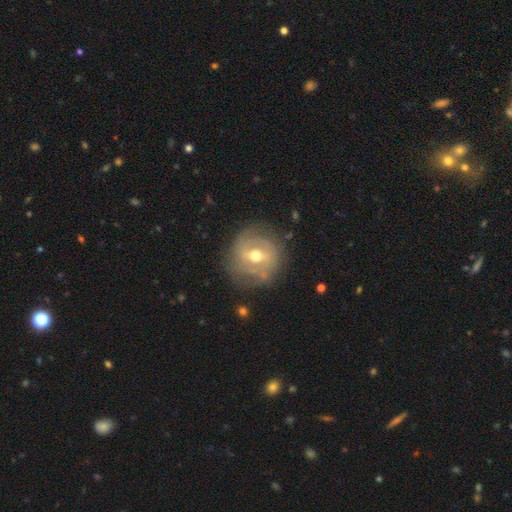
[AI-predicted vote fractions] Smooth or featured: featured or disk — 74% (smooth — 19%)
Edge-on disk: no — 95% (yes — 5%)
Bar: weak — 45% (strong — 37%)
Spiral arms: yes — 73% (no — 27%)
Spiral winding: tight — 49% (medium — 35%)
Spiral arm count: 2 — 53% (can't tell — 28%)
Bulge size: moderate — 72% (small — 22%)
Merging: none — 74% (minor disturbance — 17%)